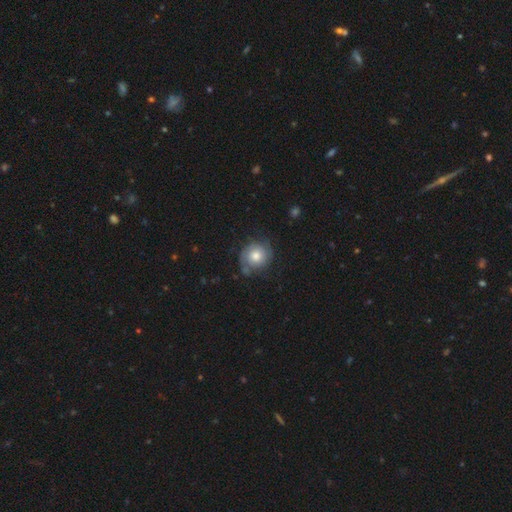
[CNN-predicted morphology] smooth 48%, featured or disk 44%, star or artifact 8%. Down the decision tree: merging — none (68%).